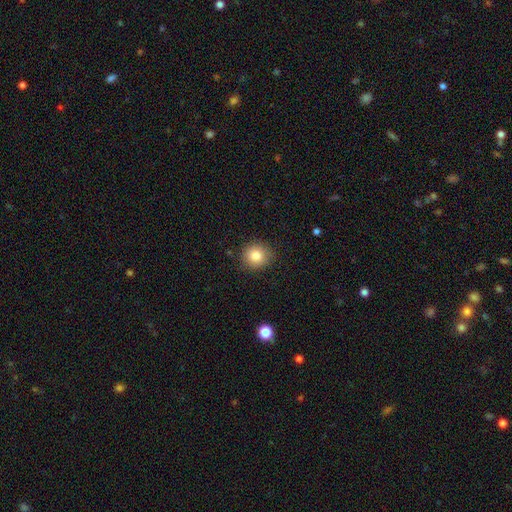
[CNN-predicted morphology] Q: Smooth or featured?
A: smooth (83%); runner-up: star or artifact (10%)
Q: How rounded?
A: round (86%); runner-up: in between (13%)
Q: Merging?
A: none (87%); runner-up: minor disturbance (9%)